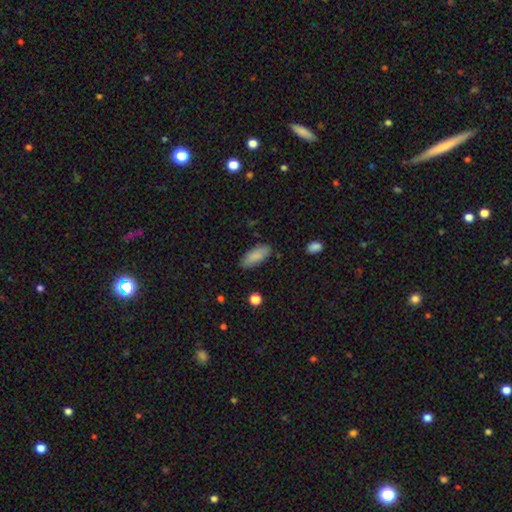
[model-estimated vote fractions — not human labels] smooth 86%, featured or disk 8%, star or artifact 6%. Down the decision tree: how rounded — in between (82%); merging — none (85%).